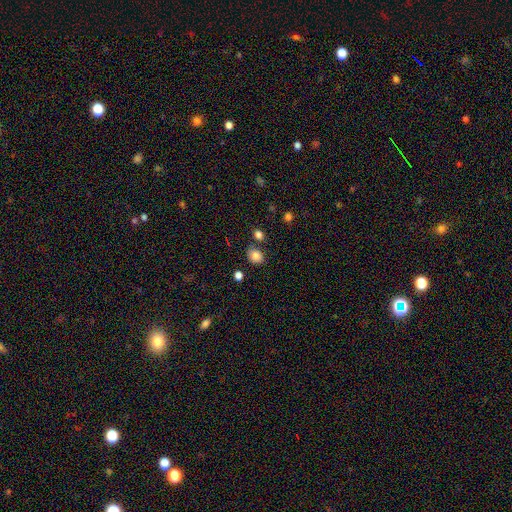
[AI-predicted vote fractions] Overall: smooth (82%). How rounded: in between (51%; round 48%). Merging: none (75%).